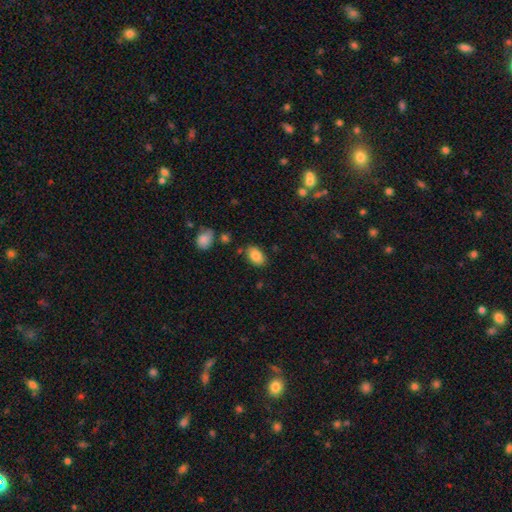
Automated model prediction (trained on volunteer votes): This appears to be a smooth galaxy with no disk features (85%) that is in between round and cigar-shaped (91%). Merging: none (80%).